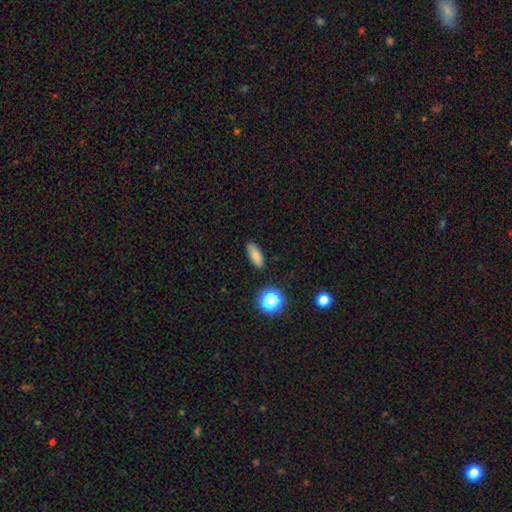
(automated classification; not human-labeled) Morphology: type=smooth (81%); roundness=in between (75%); merging=none (85%).